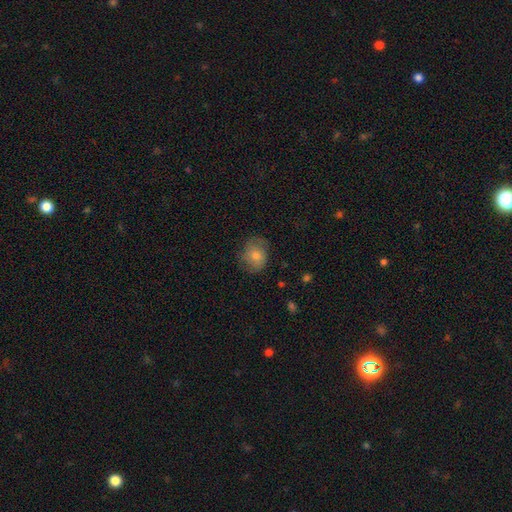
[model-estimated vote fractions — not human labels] Smooth or featured? Predicted: smooth (p=0.66). How rounded? Predicted: round (p=0.59). Merging? Predicted: none (p=0.73).